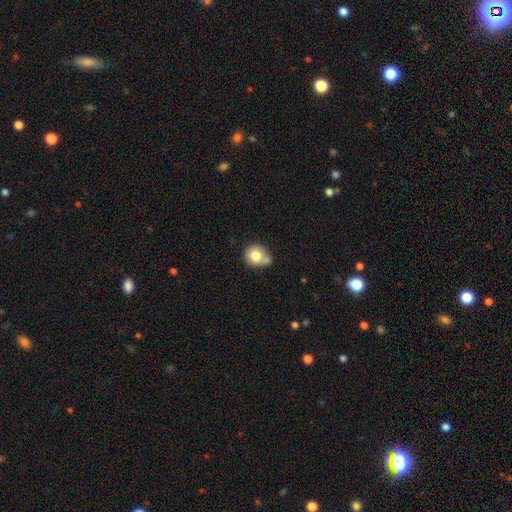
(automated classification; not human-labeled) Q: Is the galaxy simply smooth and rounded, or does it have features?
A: smooth — 78%.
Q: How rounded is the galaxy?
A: round — 84%.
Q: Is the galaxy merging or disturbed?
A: none — 51%.